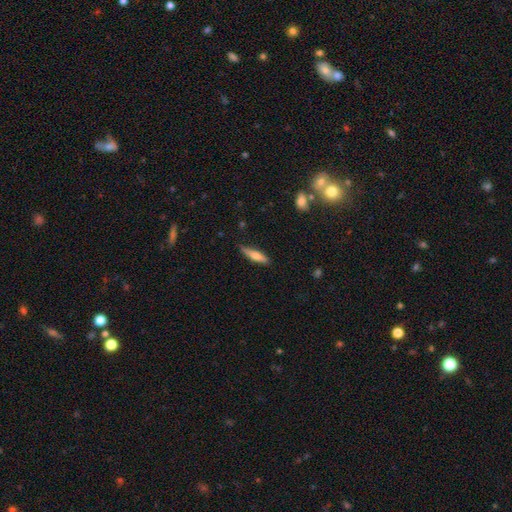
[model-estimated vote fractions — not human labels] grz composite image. It shows a smooth galaxy with no disk features (66%) that is cigar-shaped (76%). Merging: none (77%).